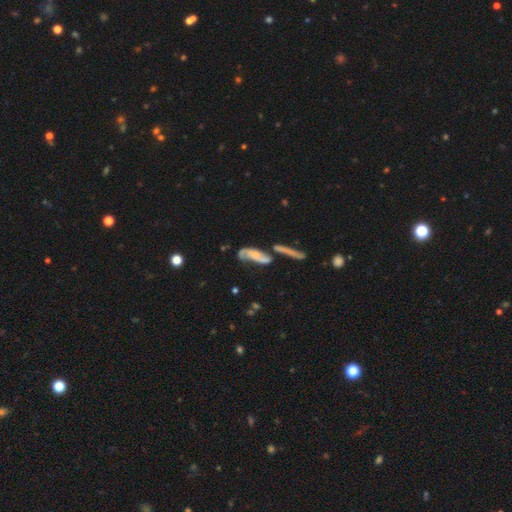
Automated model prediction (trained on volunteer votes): This is likely a featured or disk galaxy (66%). It is clearly not viewed edge-on (87%). Bar: likely no (66%). Spiral arm pattern: clearly yes (82%). Central bulge: possibly small (46%). Merging: marginally merger (33%).